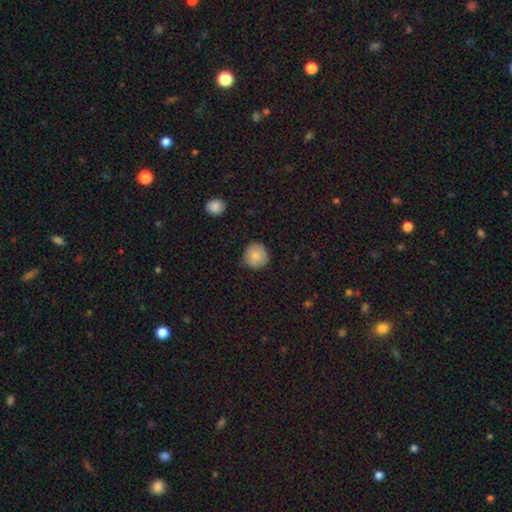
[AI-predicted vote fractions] smooth_or_featured: smooth (p=0.83) [alt: featured or disk p=0.09]
how_rounded: round (p=0.94) [alt: in between p=0.05]
merging: none (p=0.82) [alt: minor disturbance p=0.15]